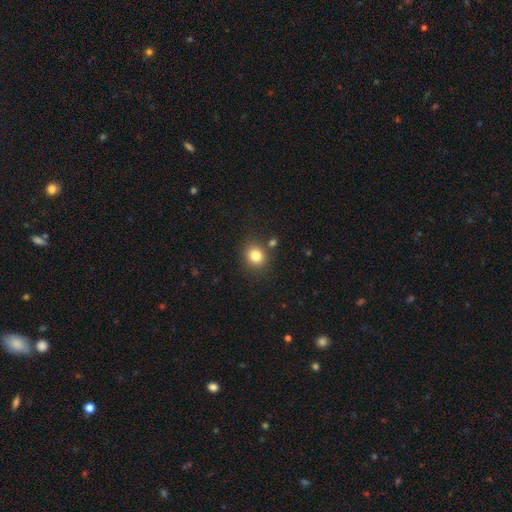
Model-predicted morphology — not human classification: Q: Smooth or featured?
A: smooth (82%); runner-up: star or artifact (12%)
Q: How rounded?
A: round (76%); runner-up: in between (23%)
Q: Merging?
A: none (80%); runner-up: minor disturbance (10%)